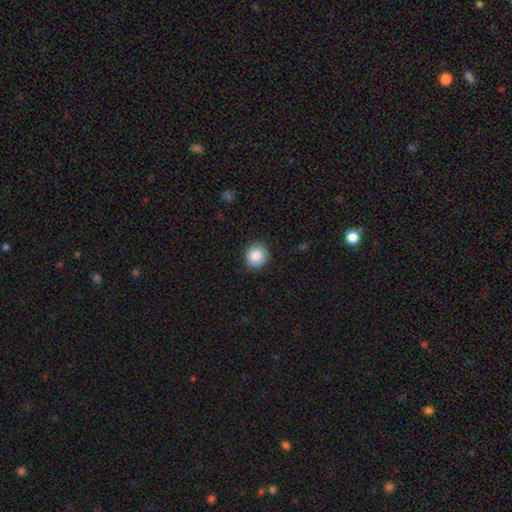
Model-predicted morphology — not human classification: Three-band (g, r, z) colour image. It shows a smooth galaxy with no disk features (85%) that is round (86%). Merging: none (88%).